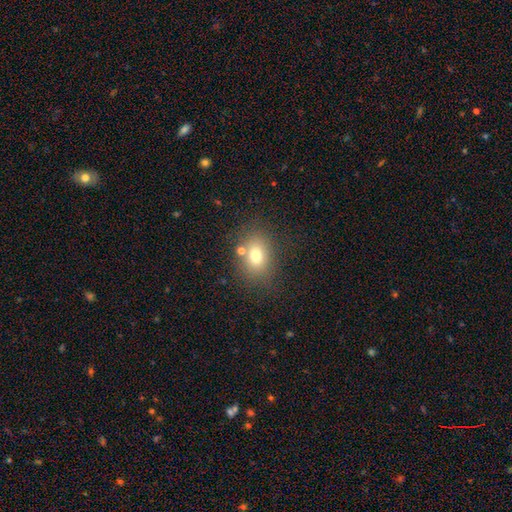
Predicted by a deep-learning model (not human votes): Smooth or featured? smooth (73%)
How rounded? in between (61%)
Merging? none (73%)